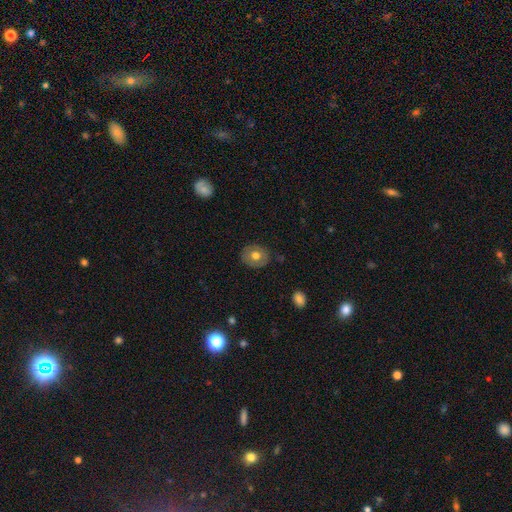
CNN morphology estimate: smooth-or-featured: smooth: 64% | featured or disk: 28% | star or artifact: 8%
  how-rounded: round: 64% | in between: 35% | cigar-shaped: 1%
  merging: none: 83% | minor disturbance: 13% | major disturbance: 3% | merger: 1%